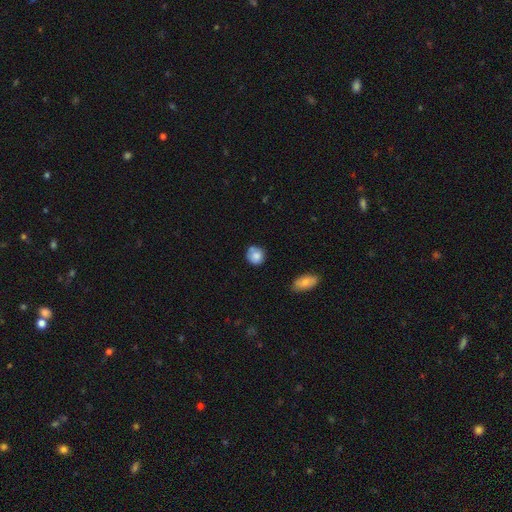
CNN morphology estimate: A smooth galaxy with no disk features (80%) that is round (84%). Merging: none (65%).